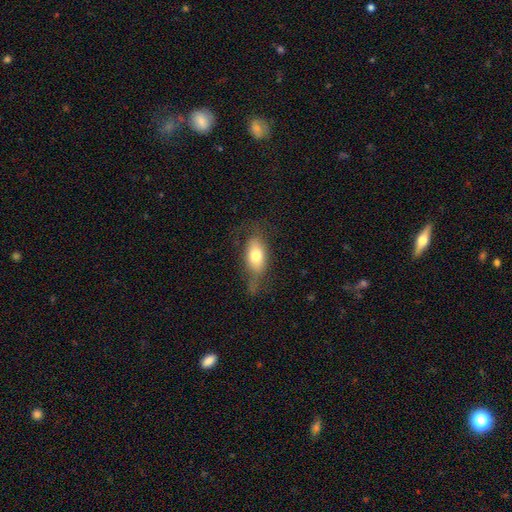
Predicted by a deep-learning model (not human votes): This appears to be a smooth galaxy with no disk features (69%) that is in between round and cigar-shaped (85%). Merging: none (51%).